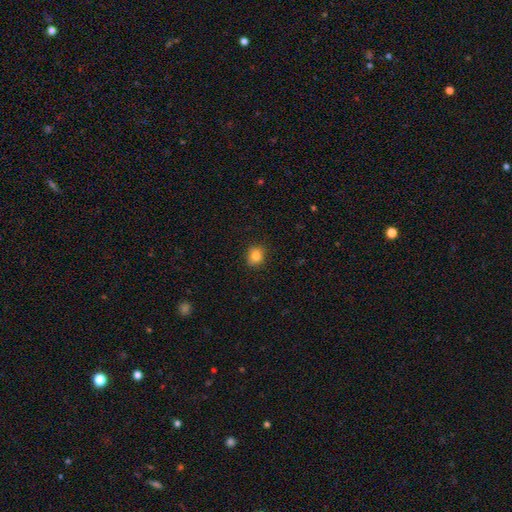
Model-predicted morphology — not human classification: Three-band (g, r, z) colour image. It shows a smooth galaxy with no disk features (83%) that is round (72%). Merging: none (85%).